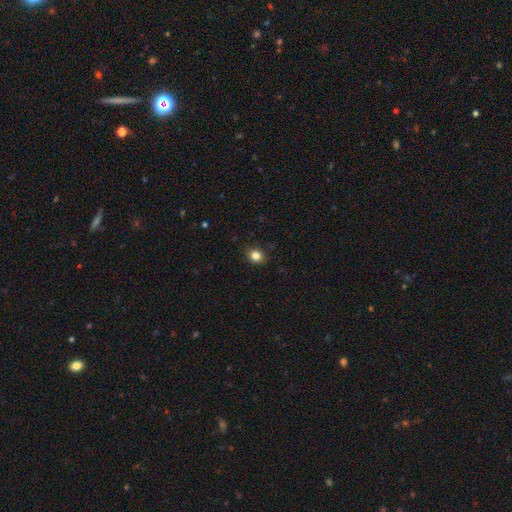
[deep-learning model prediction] The model was most divided on "how rounded": round: 67%, in between: 32%, cigar-shaped: 1%. More confident: merging — none (88%); smooth or featured — smooth (83%).